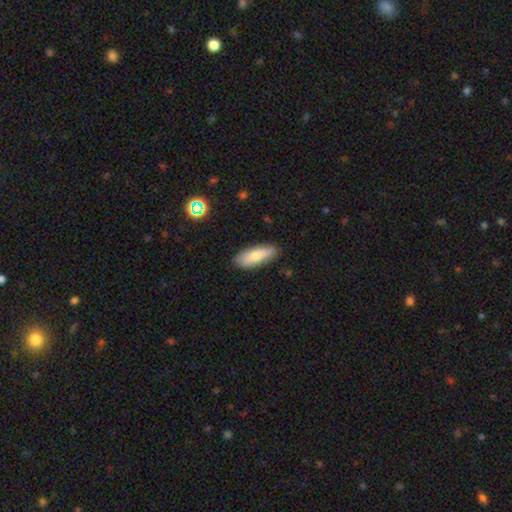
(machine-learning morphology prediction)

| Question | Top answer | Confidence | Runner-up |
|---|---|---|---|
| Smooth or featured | smooth | 75% | featured or disk (19%) |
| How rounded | in between | 69% | cigar-shaped (29%) |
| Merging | none | 83% | minor disturbance (13%) |